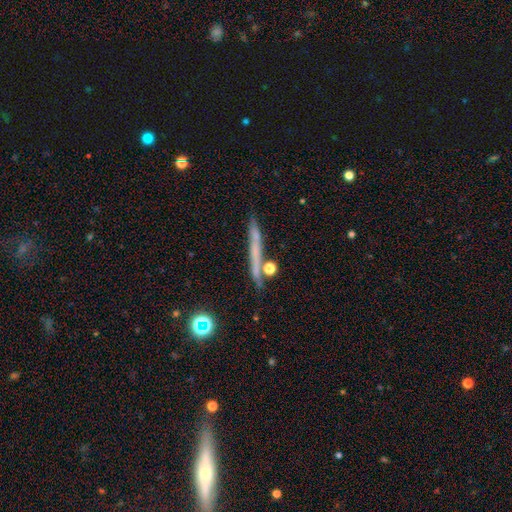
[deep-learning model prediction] Smooth or featured: smooth — 44% (tied with featured or disk — 44%)
Merging: none — 80% (minor disturbance — 11%)